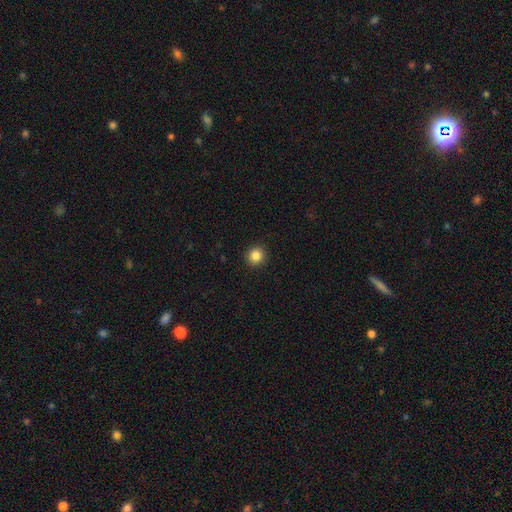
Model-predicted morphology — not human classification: Smooth or featured? Predicted: smooth (p=0.85). How rounded? Predicted: round (p=0.93). Merging? Predicted: none (p=0.93).